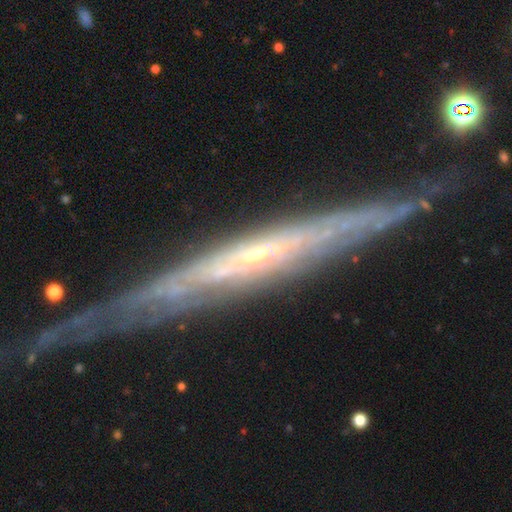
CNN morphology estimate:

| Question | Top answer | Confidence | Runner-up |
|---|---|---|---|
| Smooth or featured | featured or disk | 82% | smooth (10%) |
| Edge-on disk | yes | 90% | no (10%) |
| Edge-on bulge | none | 59% | rounded (34%) |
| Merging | none | 77% | minor disturbance (16%) |